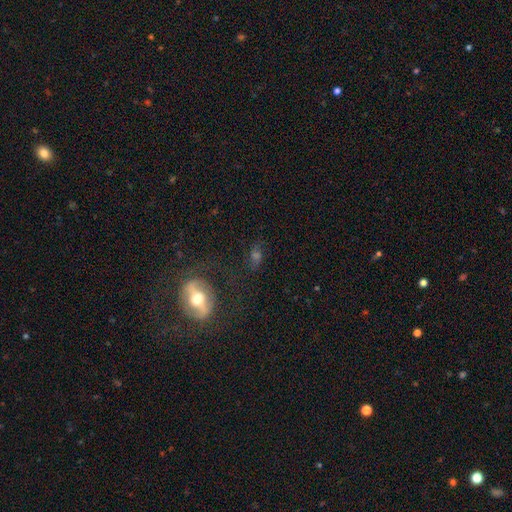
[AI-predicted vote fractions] Smooth or featured? featured or disk (50%)
Merging? none (70%)